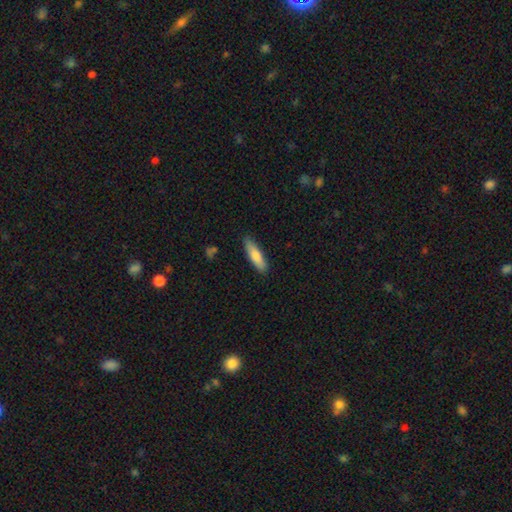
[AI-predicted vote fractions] A smooth galaxy with no disk features (77%) that is cigar-shaped (67%).

Vote fractions:
- Smooth or featured? smooth: 77% / featured or disk: 17% / star or artifact: 6%
- How rounded? cigar-shaped: 67% / in between: 32% / round: 2%
- Merging? none: 87% / minor disturbance: 10% / major disturbance: 2% / merger: 1%